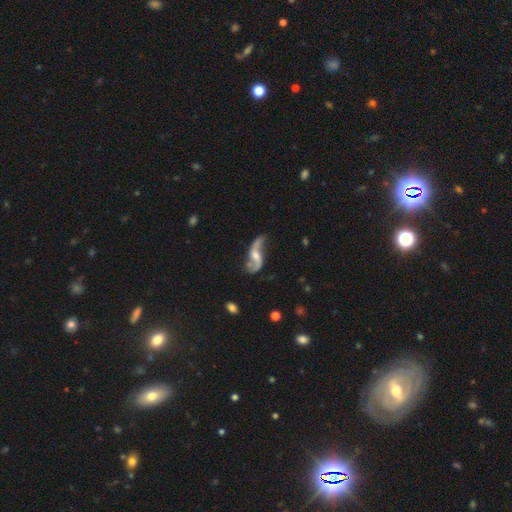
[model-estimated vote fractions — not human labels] smooth-or-featured: featured or disk: 86% | smooth: 9% | star or artifact: 5%
  disk-edge-on: no: 94% | yes: 6%
    bar: no: 44% | weak: 41% | strong: 16%
    has-spiral-arms: yes: 94% | no: 6%
      spiral-winding: loose: 88% | medium: 10% | tight: 3%
      spiral-arm-count: 2: 92% | 1: 3% | can't tell: 2% | 3: 1% | 4: 1% | more than 4: 1%
    bulge-size: moderate: 42% | small: 41% | none: 12% | large: 4% | dominant: 1%
  merging: none: 59% | minor disturbance: 21% | major disturbance: 15% | merger: 6%